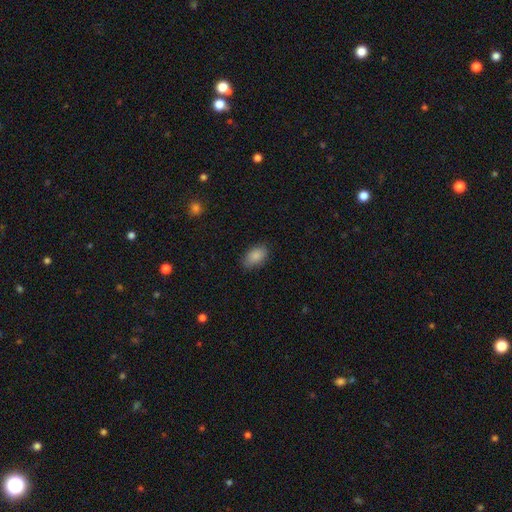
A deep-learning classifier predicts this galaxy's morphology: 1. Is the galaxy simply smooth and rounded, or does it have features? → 87% smooth, 7% star or artifact, 5% featured or disk.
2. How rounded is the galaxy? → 92% in between, 6% round, 2% cigar-shaped.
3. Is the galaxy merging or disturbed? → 83% none, 13% minor disturbance, 3% major disturbance, 1% merger.